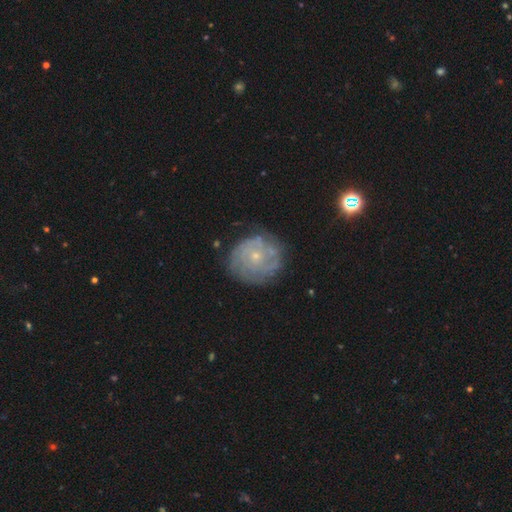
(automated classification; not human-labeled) A featured or disk galaxy (70%) with no bar (85%), tight (72%) spiral arms (79%) and a small central bulge (78%).

Vote fractions:
- Smooth or featured? featured or disk: 70% / smooth: 22% / star or artifact: 8%
- Edge-on disk? no: 98% / yes: 2%
- Bar? no: 85% / weak: 13% / strong: 2%
- Spiral arms? yes: 79% / no: 21%
- Spiral winding? tight: 72% / medium: 21% / loose: 7%
- Spiral arm count? can't tell: 50% / 2: 16% / 3: 13% / 4: 9% / more than 4: 6% / 1: 5%
- Bulge size? small: 78% / moderate: 17% / none: 2% / large: 1% / dominant: 1%
- Merging? none: 74% / minor disturbance: 17% / major disturbance: 6% / merger: 2%